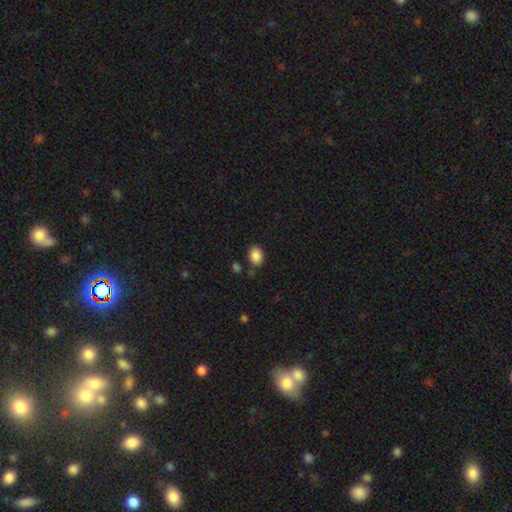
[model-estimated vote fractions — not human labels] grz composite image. It shows a smooth galaxy with no disk features (88%) that is in between round and cigar-shaped (60%). Merging: none (78%).